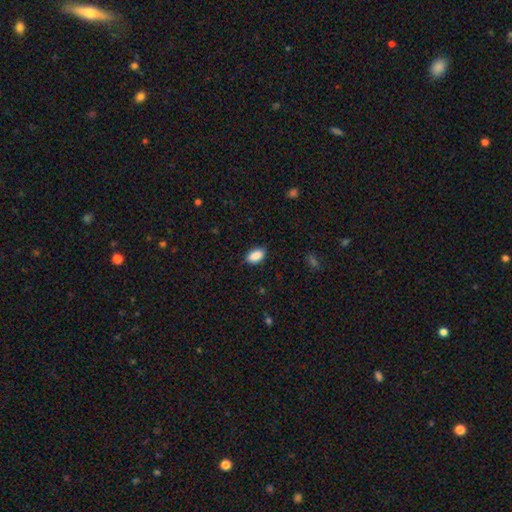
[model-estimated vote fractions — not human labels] This is clearly a smooth galaxy (89%). How rounded: clearly in between (92%). Merging: clearly none (84%).